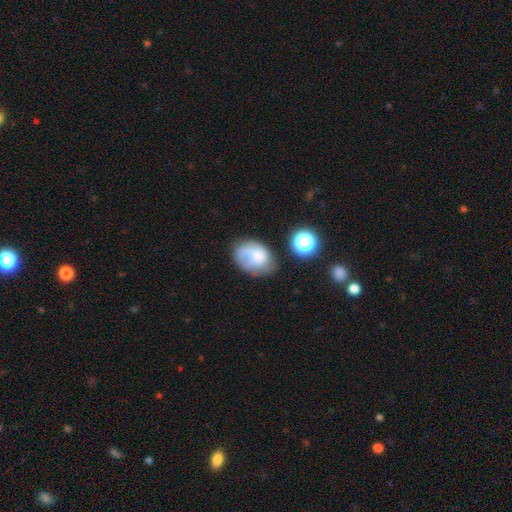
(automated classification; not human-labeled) Smooth or featured: smooth — 59% (featured or disk — 29%)
How rounded: in between — 71% (round — 28%)
Merging: none — 47% (minor disturbance — 28%)